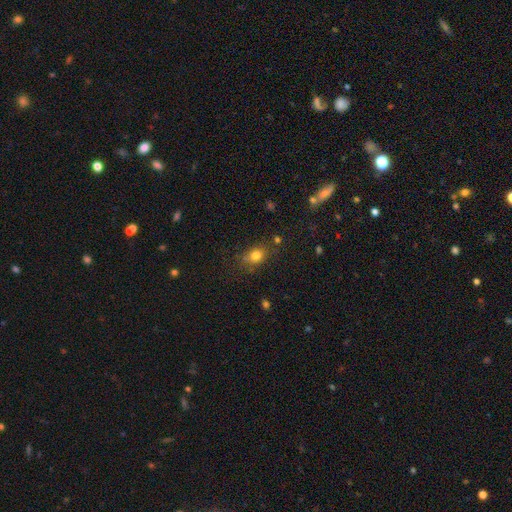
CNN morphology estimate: Smooth or featured? smooth (79%)
How rounded? in between (51%)
Merging? none (72%)